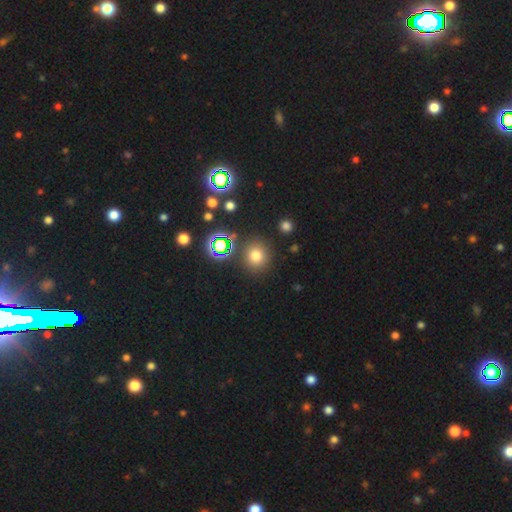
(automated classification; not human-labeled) smooth 72%, star or artifact 21%, featured or disk 7%. Down the decision tree: how rounded — round (87%); merging — none (86%).